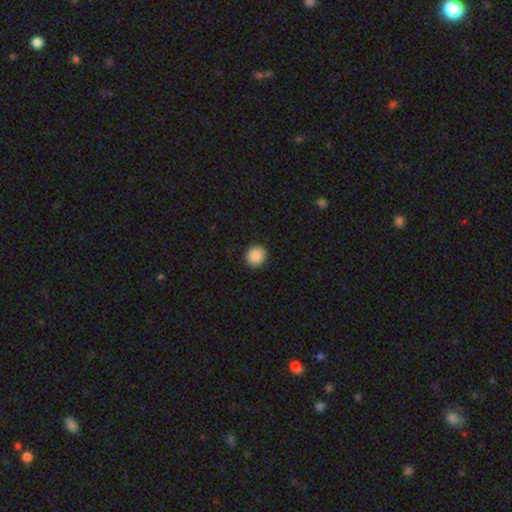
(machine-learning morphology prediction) type=smooth (90%); roundness=round (88%); merging=none (92%).